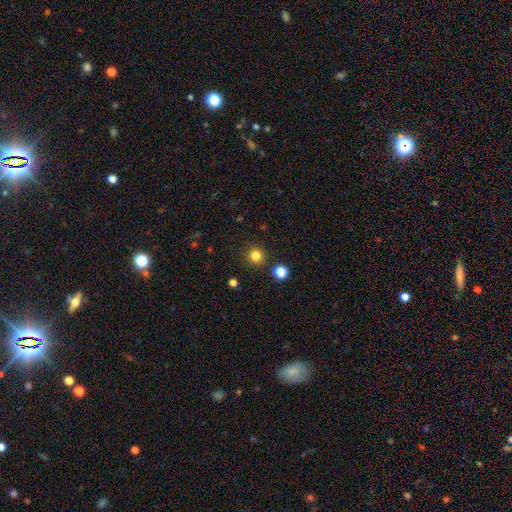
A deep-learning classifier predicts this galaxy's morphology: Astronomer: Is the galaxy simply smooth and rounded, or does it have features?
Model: smooth — 82%.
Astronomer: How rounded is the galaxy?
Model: round — 94%.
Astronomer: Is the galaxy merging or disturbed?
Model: none — 90%.